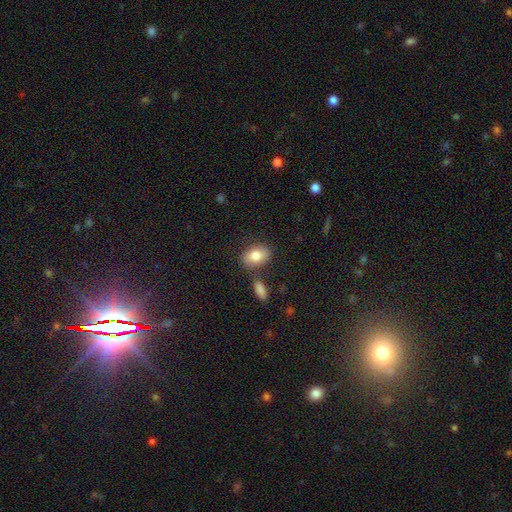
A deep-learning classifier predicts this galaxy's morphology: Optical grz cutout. It shows a smooth galaxy with no disk features (82%) that is in between round and cigar-shaped (80%). Merging: none (72%).